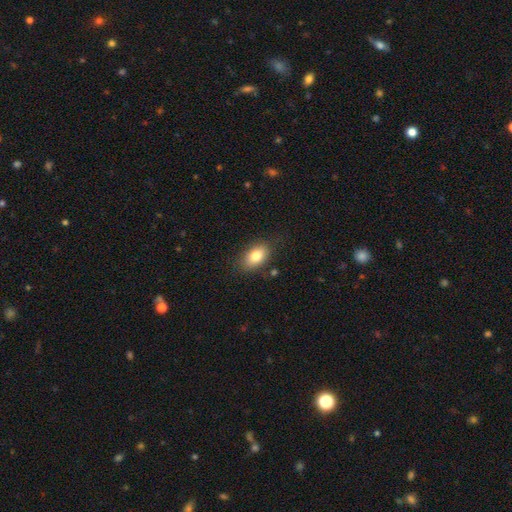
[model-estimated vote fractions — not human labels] Smooth or featured?
  - smooth: 81% *
  - featured or disk: 11%
  - star or artifact: 8%
How rounded?
  - in between: 88% *
  - round: 10%
  - cigar-shaped: 2%
Merging?
  - none: 79% *
  - minor disturbance: 15%
  - major disturbance: 4%
  - merger: 2%